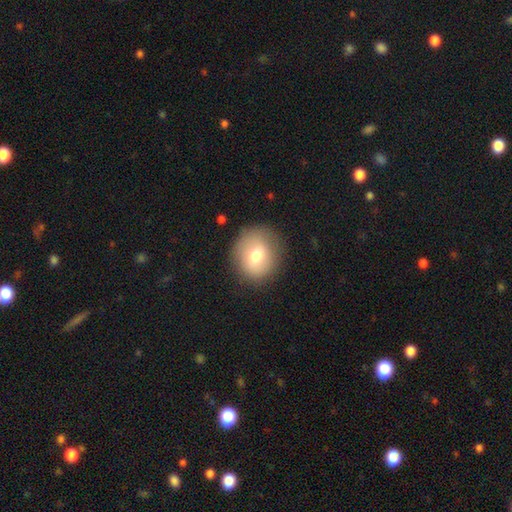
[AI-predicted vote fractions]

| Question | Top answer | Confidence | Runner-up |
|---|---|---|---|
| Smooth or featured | smooth | 71% | featured or disk (20%) |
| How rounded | round | 77% | in between (22%) |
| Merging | none | 82% | minor disturbance (12%) |